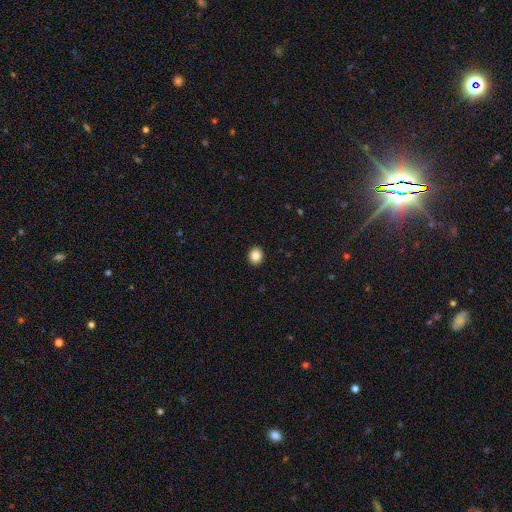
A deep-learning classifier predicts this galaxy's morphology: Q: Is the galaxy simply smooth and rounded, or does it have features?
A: smooth — 86%.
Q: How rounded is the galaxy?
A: round — 71%.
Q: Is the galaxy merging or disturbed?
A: none — 92%.